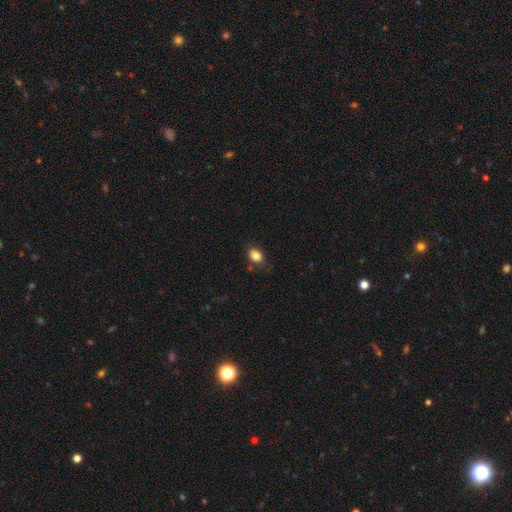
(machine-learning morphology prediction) smooth-or-featured: smooth: 84% | star or artifact: 9% | featured or disk: 6%
  how-rounded: in between: 76% | round: 22% | cigar-shaped: 1%
  merging: none: 74% | minor disturbance: 19% | major disturbance: 5% | merger: 3%